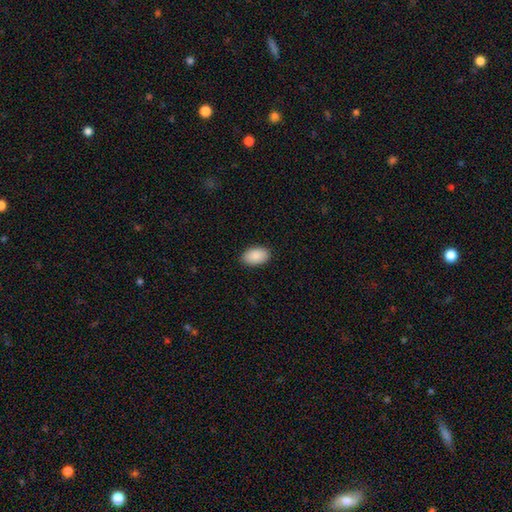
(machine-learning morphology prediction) Overall: smooth (90%). How rounded: in between (93%). Merging: none (89%).